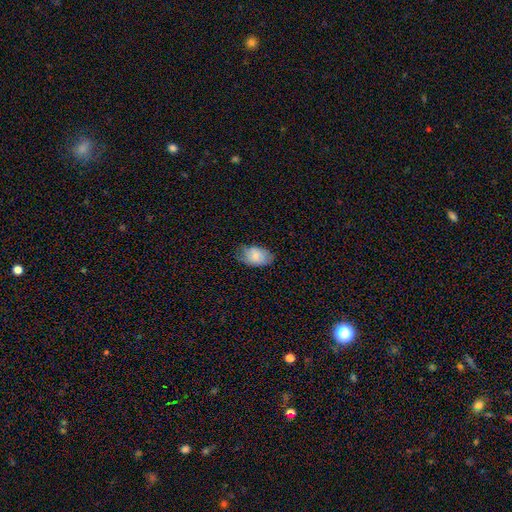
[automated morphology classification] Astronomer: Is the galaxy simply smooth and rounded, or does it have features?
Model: smooth — 75%.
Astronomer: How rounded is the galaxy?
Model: in between — 92%.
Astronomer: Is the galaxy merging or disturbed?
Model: none — 67%.